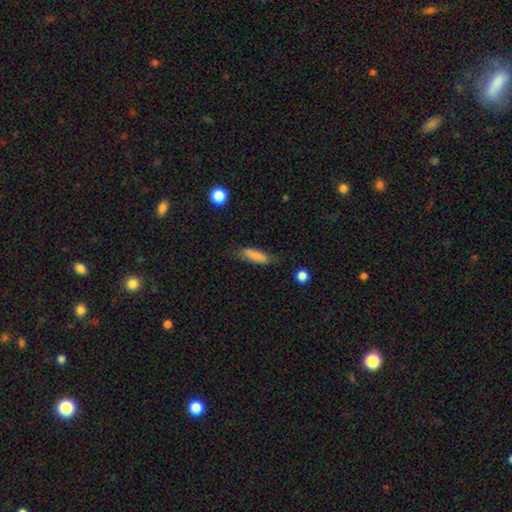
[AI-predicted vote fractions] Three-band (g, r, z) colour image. It shows a smooth galaxy with no disk features (80%) that is cigar-shaped (54%). Merging: none (73%).